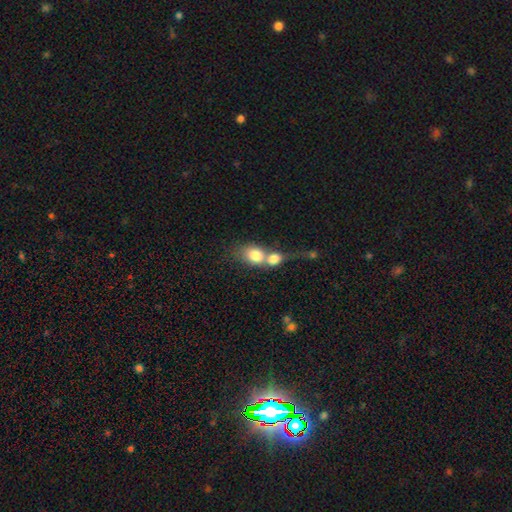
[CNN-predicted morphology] smooth 76%, featured or disk 16%, star or artifact 8%. Down the decision tree: how rounded — in between (57%); merging — merger (75%).